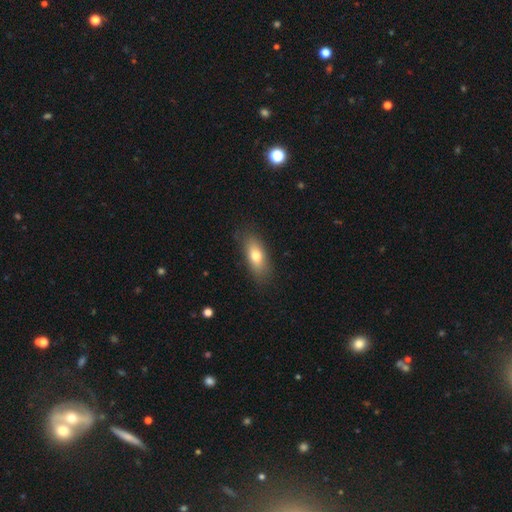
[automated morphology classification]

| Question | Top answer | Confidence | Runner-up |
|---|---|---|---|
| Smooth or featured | smooth | 75% | featured or disk (18%) |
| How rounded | in between | 79% | cigar-shaped (16%) |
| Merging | none | 82% | minor disturbance (13%) |